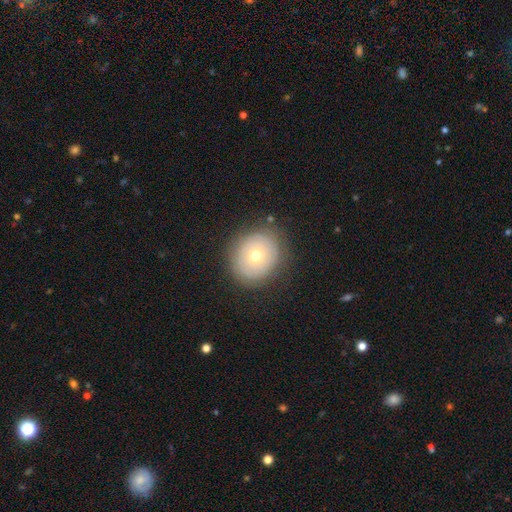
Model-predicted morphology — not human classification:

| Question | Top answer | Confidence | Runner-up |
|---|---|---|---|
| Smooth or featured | smooth | 56% | featured or disk (34%) |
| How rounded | round | 74% | in between (25%) |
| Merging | none | 81% | minor disturbance (13%) |